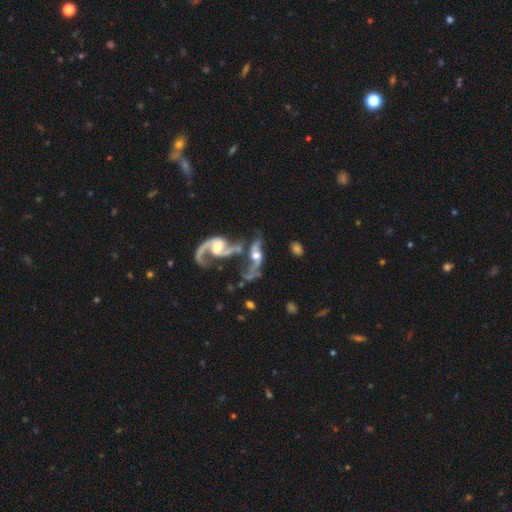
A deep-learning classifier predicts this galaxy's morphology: This is likely a featured or disk galaxy (80%). It is clearly not viewed edge-on (89%). Bar: possibly no (53%). Spiral arm pattern: clearly yes (86%). Spiral arm count: likely 2 (78%). Spiral winding: likely loose (74%). Central bulge: possibly moderate (58%). Merging: possibly merger (57%).